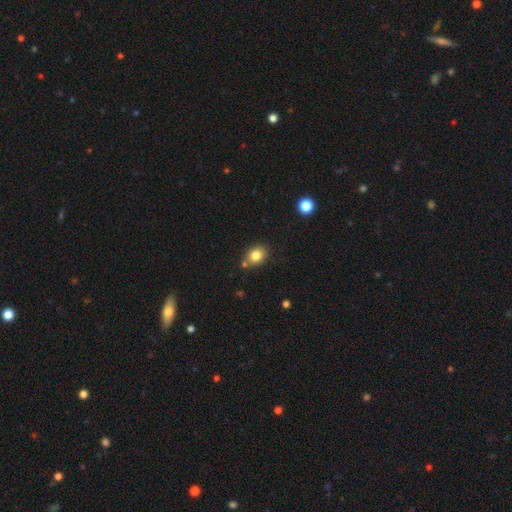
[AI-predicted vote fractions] This is clearly a smooth galaxy (82%). How rounded: possibly in between (53%). Merging: likely none (73%).